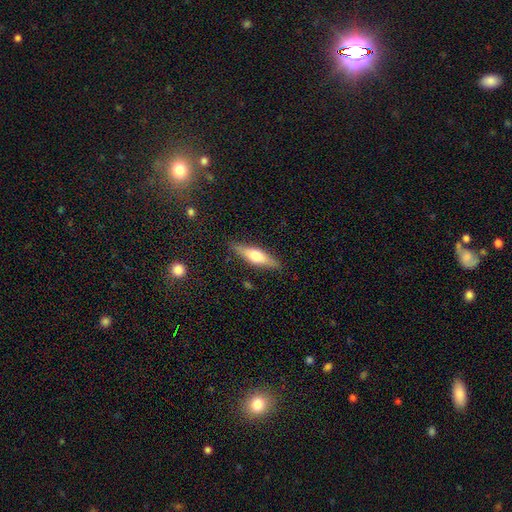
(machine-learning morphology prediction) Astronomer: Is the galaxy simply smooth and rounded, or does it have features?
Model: smooth — 48% (runner-up: featured or disk, 46%).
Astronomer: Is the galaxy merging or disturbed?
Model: none — 86%.